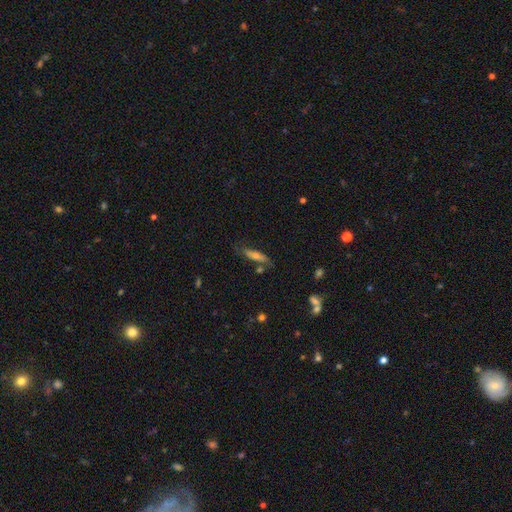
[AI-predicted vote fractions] The model was most divided on "smooth or featured": smooth: 50%, featured or disk: 40%, star or artifact: 10%. More confident: how rounded — cigar-shaped (75%); merging — none (69%).